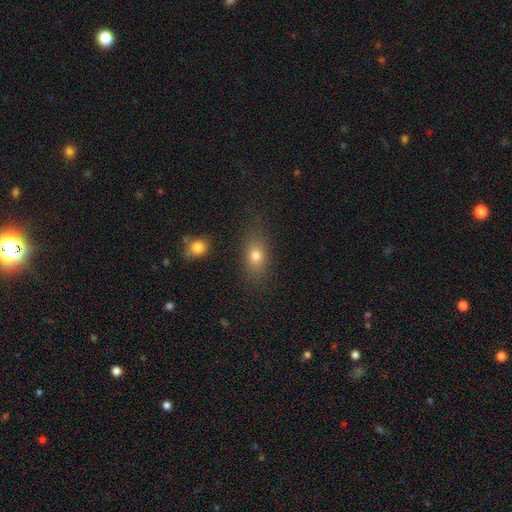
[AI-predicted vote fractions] smooth 76%, featured or disk 12%, star or artifact 12%. Down the decision tree: how rounded — in between (72%); merging — none (74%).